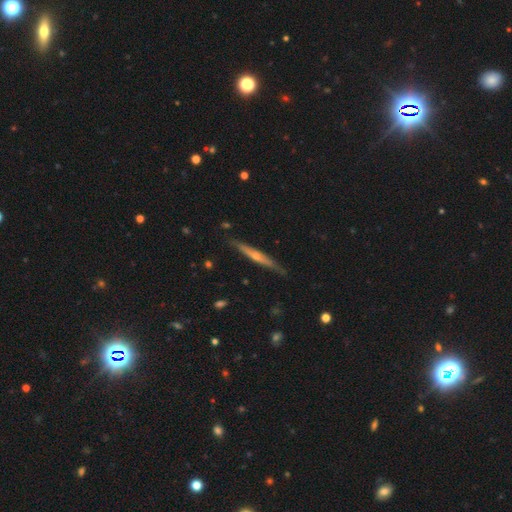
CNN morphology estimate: This appears to be a featured or disk galaxy (69%) viewed edge-on (96%) with a rounded central bulge (70%). Merging: none (84%).